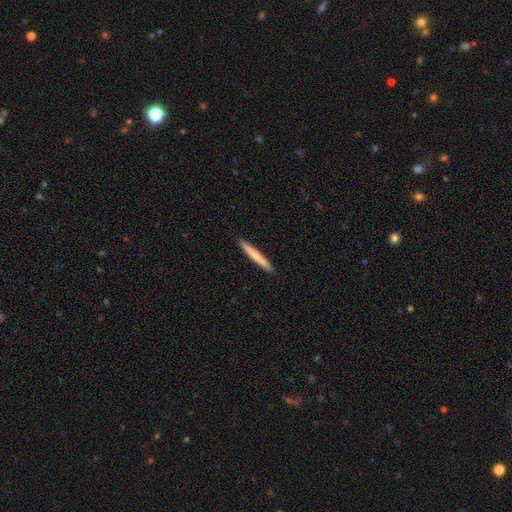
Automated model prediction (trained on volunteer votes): Smooth or featured: smooth — 74% (featured or disk — 21%)
How rounded: cigar-shaped — 97% (in between — 2%)
Merging: none — 93% (minor disturbance — 5%)